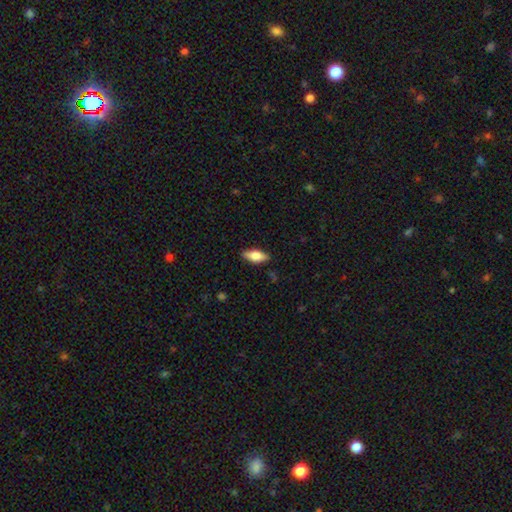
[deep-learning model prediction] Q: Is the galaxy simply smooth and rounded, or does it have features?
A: smooth — 68%.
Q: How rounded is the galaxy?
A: in between — 78%.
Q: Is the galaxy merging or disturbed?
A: none — 87%.